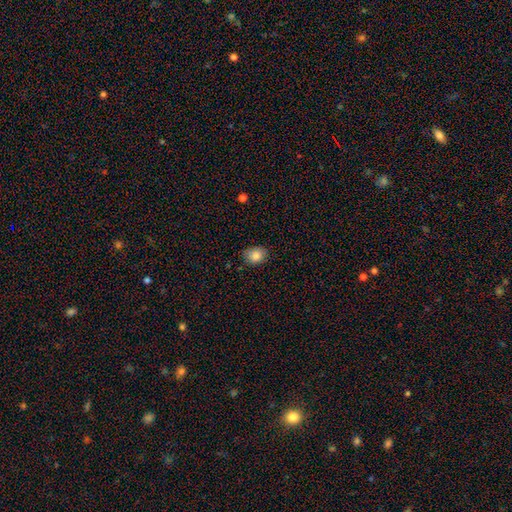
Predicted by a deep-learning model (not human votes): smooth_or_featured: smooth (p=0.85) [alt: star or artifact p=0.09]
how_rounded: in between (p=0.58) [alt: round p=0.41]
merging: none (p=0.79) [alt: minor disturbance p=0.17]